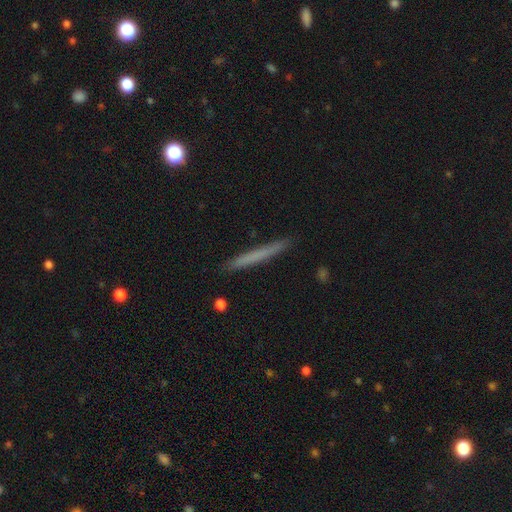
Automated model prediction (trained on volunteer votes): Morphology: type=smooth (63%); roundness=cigar-shaped (97%); merging=none (90%).